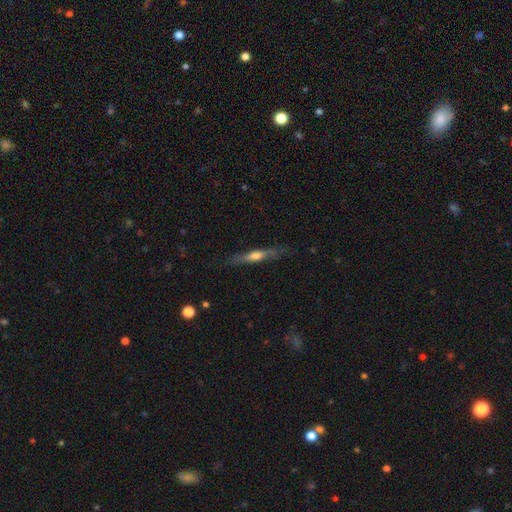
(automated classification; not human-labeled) Smooth or featured?
  - featured or disk: 53% *
  - smooth: 41%
  - star or artifact: 6%
Edge-on disk?
  - yes: 91% *
  - no: 9%
Merging?
  - none: 78% *
  - minor disturbance: 16%
  - major disturbance: 5%
  - merger: 1%